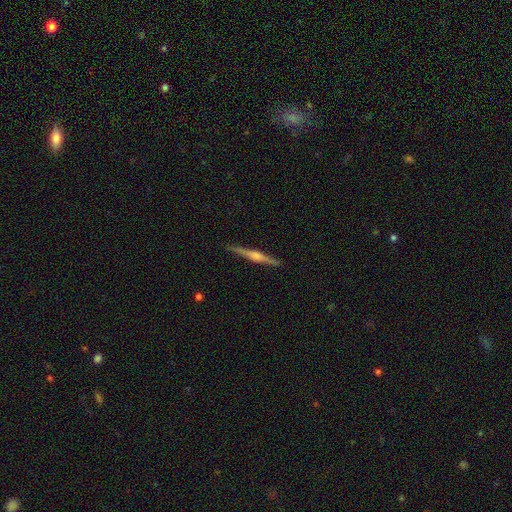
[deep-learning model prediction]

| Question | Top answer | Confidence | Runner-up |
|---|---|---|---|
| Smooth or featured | featured or disk | 83% | smooth (12%) |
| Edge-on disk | yes | 99% | no (1%) |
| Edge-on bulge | rounded | 82% | boxy (11%) |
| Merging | none | 93% | minor disturbance (5%) |